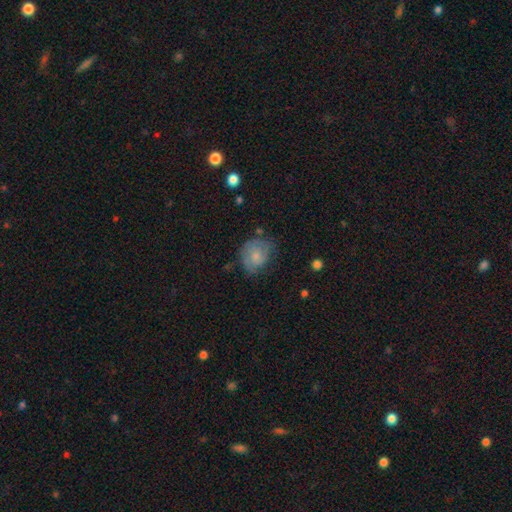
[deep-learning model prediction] This appears to be a smooth galaxy with no disk features (47%). Merging: none (57%).